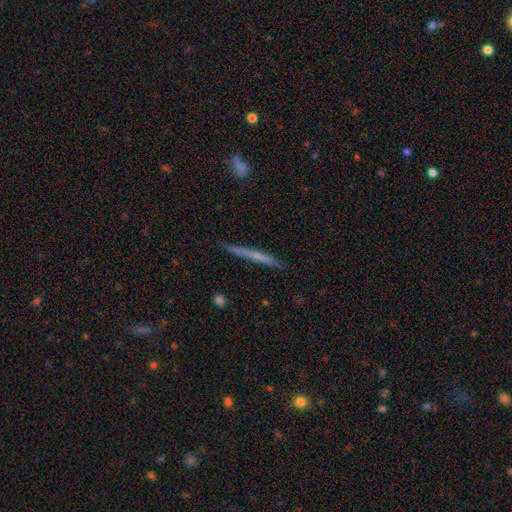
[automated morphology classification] Smooth or featured?
  - featured or disk: 47% *
  - smooth: 46%
  - star or artifact: 7%
Merging?
  - none: 87% *
  - minor disturbance: 10%
  - major disturbance: 2%
  - merger: 2%